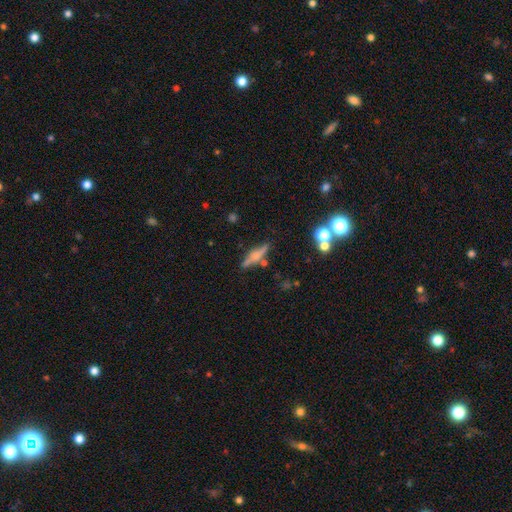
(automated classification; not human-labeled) Smooth or featured: smooth — 46% (featured or disk — 45%)
Merging: none — 73% (minor disturbance — 15%)